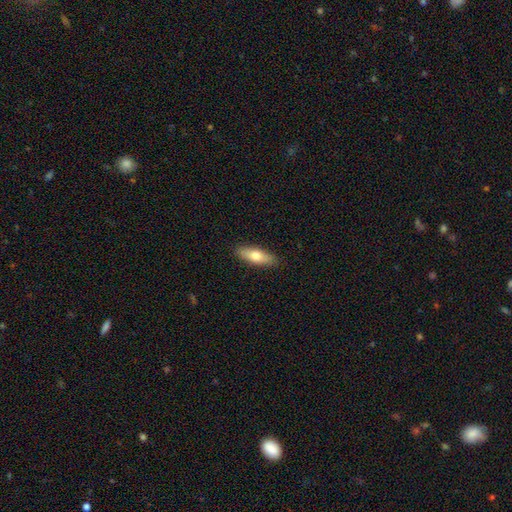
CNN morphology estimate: Overall: smooth (69%). How rounded: in between (53%; cigar-shaped 44%). Merging: none (89%).